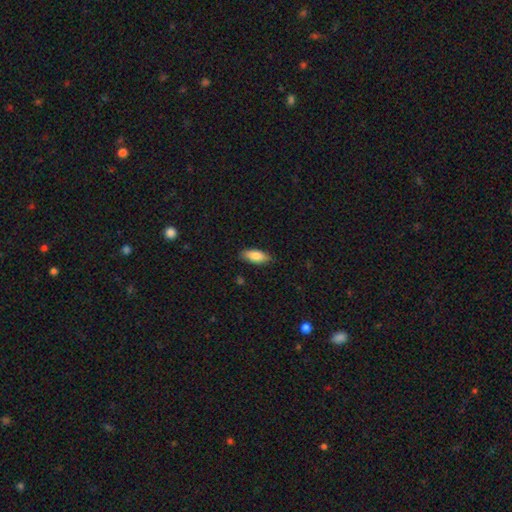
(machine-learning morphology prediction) smooth 84%, featured or disk 10%, star or artifact 6%. Down the decision tree: how rounded — in between (80%); merging — none (85%).